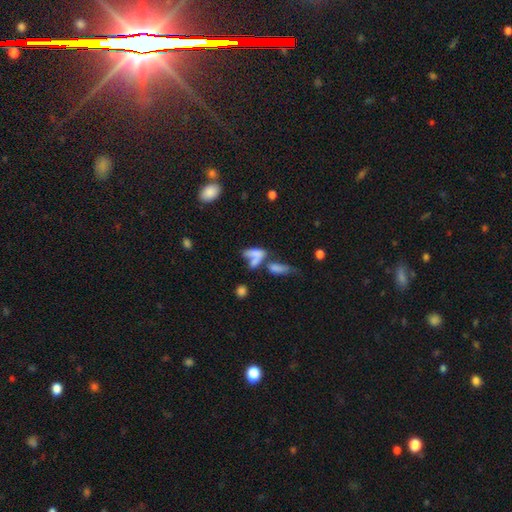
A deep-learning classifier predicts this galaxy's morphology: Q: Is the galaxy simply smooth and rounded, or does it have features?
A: smooth — 62%.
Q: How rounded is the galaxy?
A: in between — 77%.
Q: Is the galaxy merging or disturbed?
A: merger — 58%.